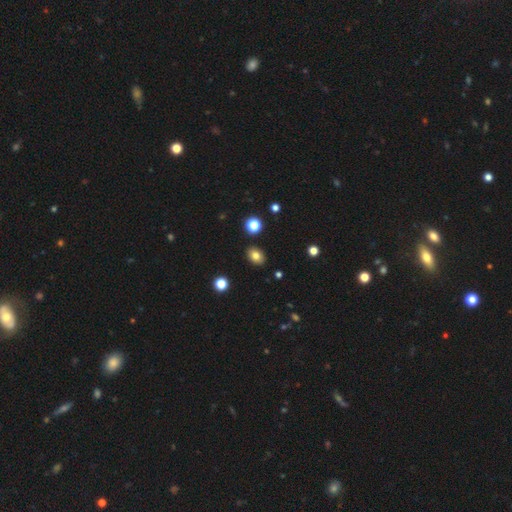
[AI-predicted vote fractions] Overall: smooth (81%). How rounded: in between (70%). Merging: none (89%).